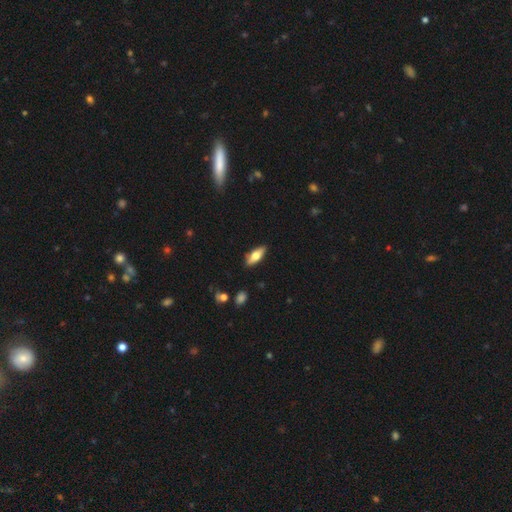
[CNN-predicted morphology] Smooth or featured? Predicted: smooth (p=0.61). How rounded? Predicted: in between (p=0.69). Merging? Predicted: none (p=0.86).